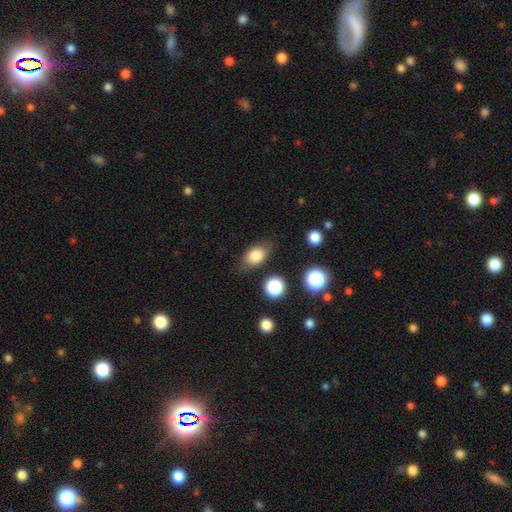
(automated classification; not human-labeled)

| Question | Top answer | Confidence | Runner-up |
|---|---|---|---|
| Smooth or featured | smooth | 80% | featured or disk (10%) |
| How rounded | in between | 75% | round (23%) |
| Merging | none | 75% | minor disturbance (17%) |